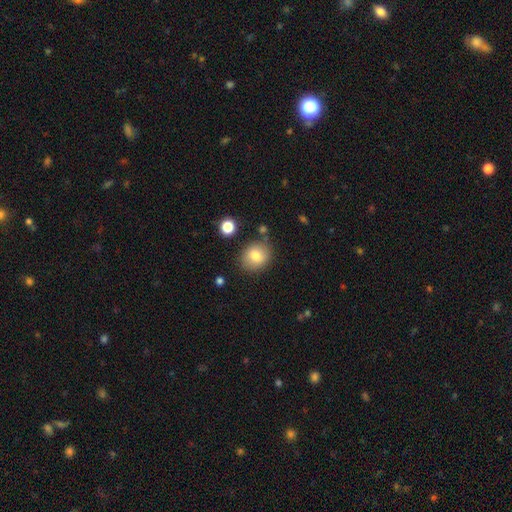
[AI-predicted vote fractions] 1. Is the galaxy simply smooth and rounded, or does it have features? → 77% smooth, 12% featured or disk, 10% star or artifact.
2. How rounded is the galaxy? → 68% round, 31% in between, 1% cigar-shaped.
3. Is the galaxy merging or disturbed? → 80% none, 12% minor disturbance, 4% merger, 3% major disturbance.